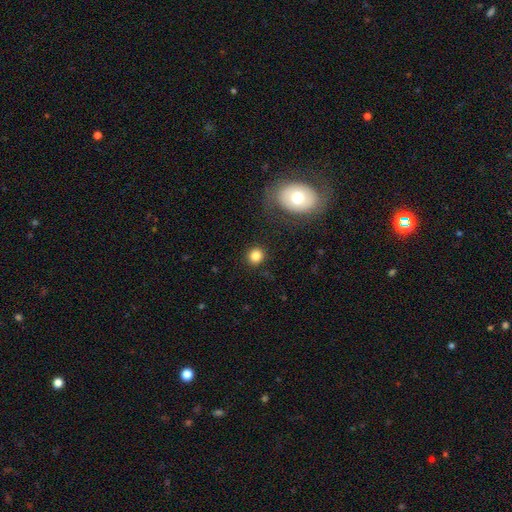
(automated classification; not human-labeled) The model was most divided on "smooth or featured": smooth: 83%, star or artifact: 11%, featured or disk: 6%. More confident: merging — none (88%); how rounded — round (87%).